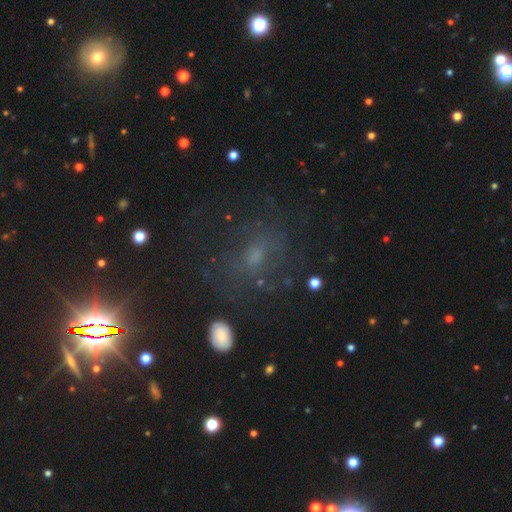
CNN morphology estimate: Smooth or featured? featured or disk (37%)
Merging? none (59%)